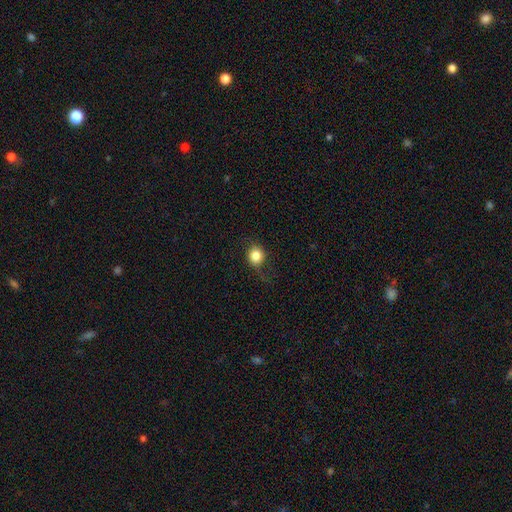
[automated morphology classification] smooth 78%, featured or disk 12%, star or artifact 10%. Down the decision tree: how rounded — round (81%); merging — none (67%).